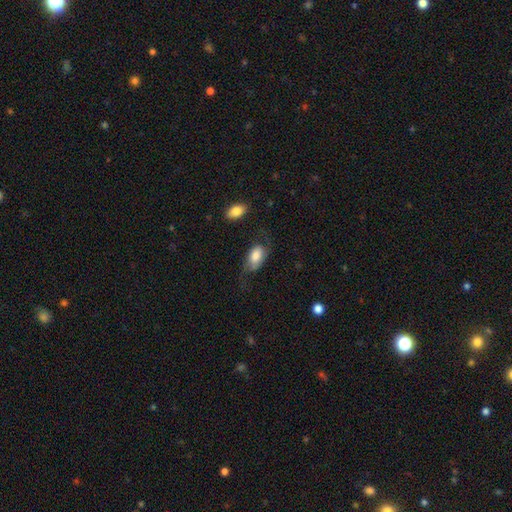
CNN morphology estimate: type=smooth (70%); roundness=in between (91%); merging=none (43%).